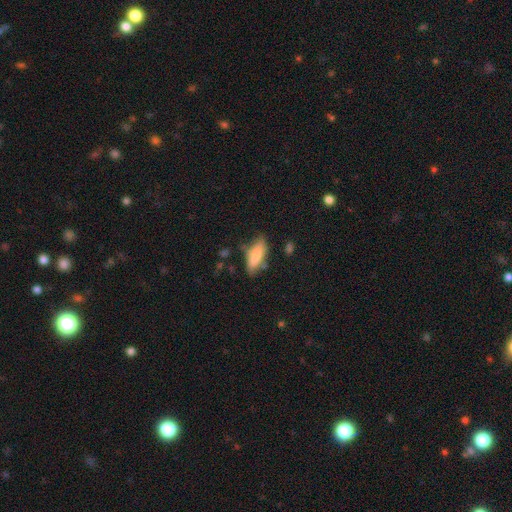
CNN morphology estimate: The model was most divided on "merging": none: 63%, minor disturbance: 26%, major disturbance: 6%, merger: 4%. More confident: smooth or featured — smooth (82%); how rounded — in between (75%).